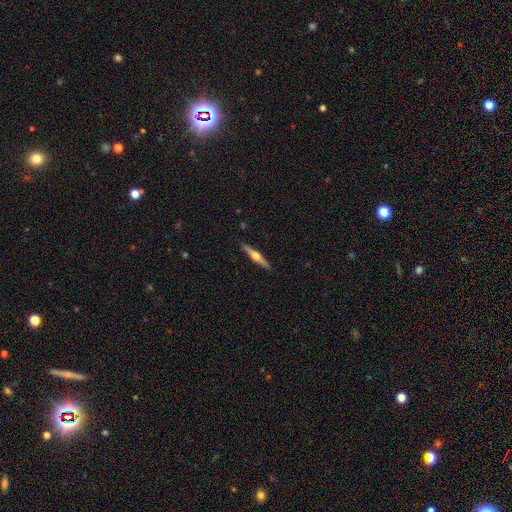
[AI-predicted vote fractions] Q: Smooth or featured?
A: featured or disk (73%); runner-up: smooth (22%)
Q: Edge-on disk?
A: yes (98%); runner-up: no (2%)
Q: Edge-on bulge?
A: rounded (95%); runner-up: boxy (3%)
Q: Merging?
A: none (91%); runner-up: minor disturbance (6%)